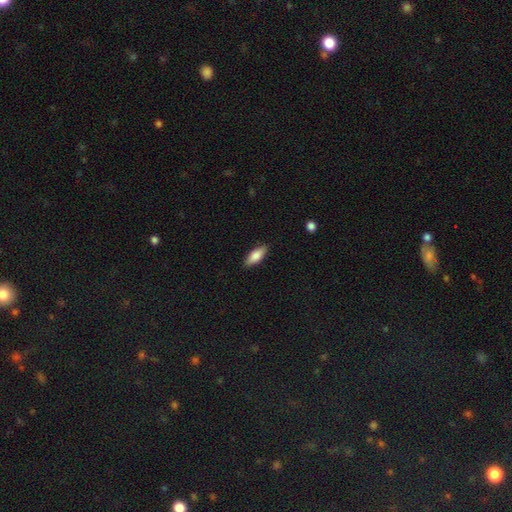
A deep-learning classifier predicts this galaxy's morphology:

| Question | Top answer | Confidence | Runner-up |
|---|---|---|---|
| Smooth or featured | smooth | 78% | featured or disk (16%) |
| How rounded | in between | 71% | cigar-shaped (27%) |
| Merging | none | 87% | minor disturbance (10%) |